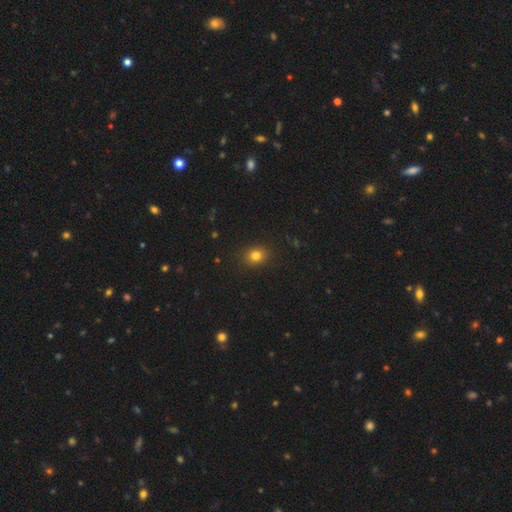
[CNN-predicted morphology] Smooth or featured? Predicted: smooth (p=0.81). How rounded? Predicted: round (p=0.64). Merging? Predicted: none (p=0.89).